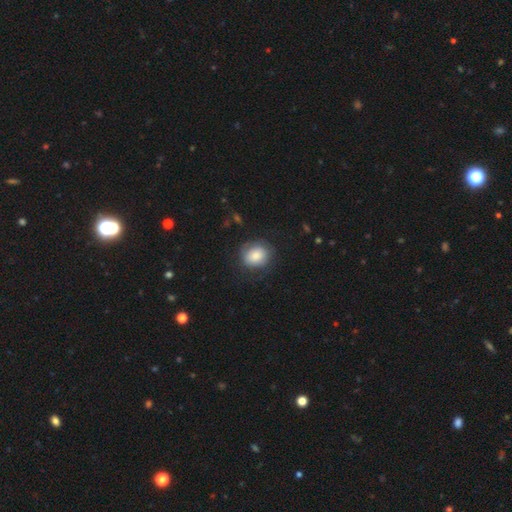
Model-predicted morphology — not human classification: Smooth or featured?
  - smooth: 76% *
  - featured or disk: 17%
  - star or artifact: 8%
How rounded?
  - round: 72% *
  - in between: 27%
  - cigar-shaped: 1%
Merging?
  - none: 70% *
  - minor disturbance: 19%
  - major disturbance: 10%
  - merger: 1%